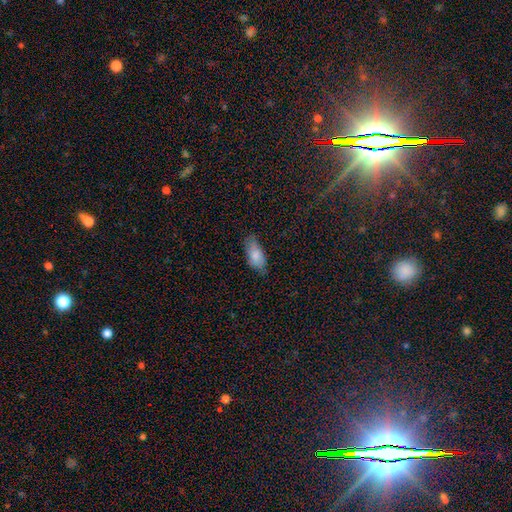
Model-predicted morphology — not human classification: This is clearly a smooth galaxy (81%). How rounded: clearly in between (89%). Merging: likely none (72%).